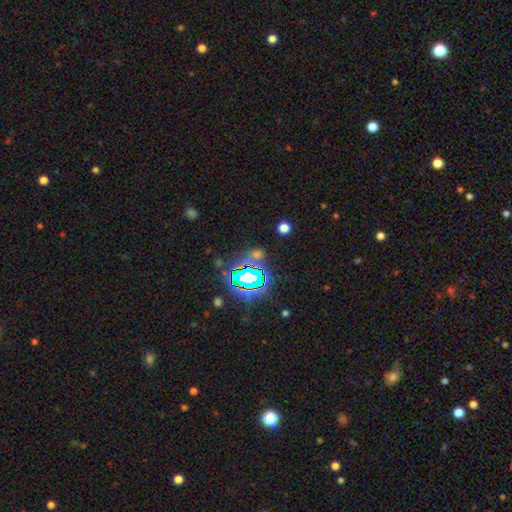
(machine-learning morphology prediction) smooth_or_featured: star or artifact (p=0.74) [alt: smooth p=0.17]